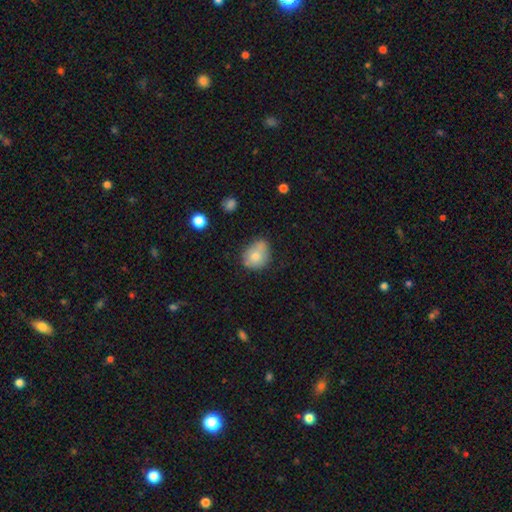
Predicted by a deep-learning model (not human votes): A smooth galaxy with no disk features (73%) that is round (54%).

Vote fractions:
- Smooth or featured? smooth: 73% / featured or disk: 17% / star or artifact: 10%
- How rounded? round: 54% / in between: 45% / cigar-shaped: 1%
- Merging? none: 47% / minor disturbance: 30% / merger: 15% / major disturbance: 8%